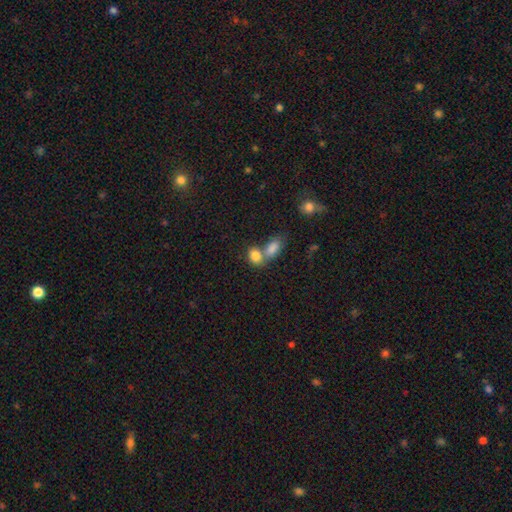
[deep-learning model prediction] This appears to be a smooth galaxy with no disk features (83%) that is in between round and cigar-shaped (67%). Merging: merger (55%).